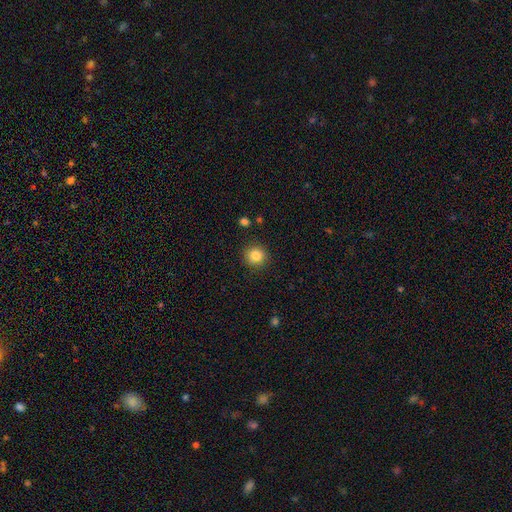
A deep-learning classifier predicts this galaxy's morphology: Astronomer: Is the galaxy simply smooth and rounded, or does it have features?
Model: smooth — 85%.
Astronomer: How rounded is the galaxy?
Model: round — 92%.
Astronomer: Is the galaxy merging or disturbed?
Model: none — 90%.